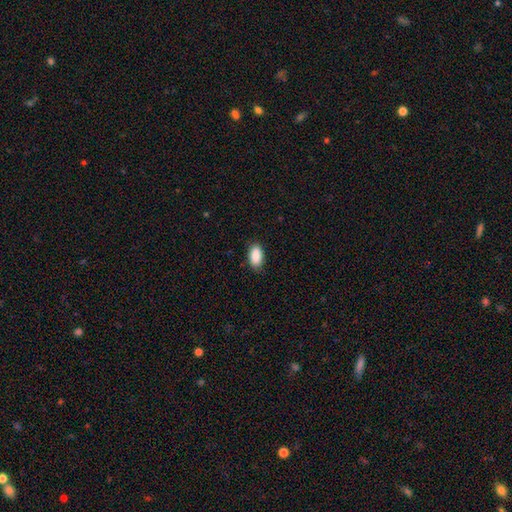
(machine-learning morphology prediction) Smooth or featured: smooth — 90% (star or artifact — 7%)
How rounded: in between — 93% (round — 3%)
Merging: none — 86% (minor disturbance — 11%)